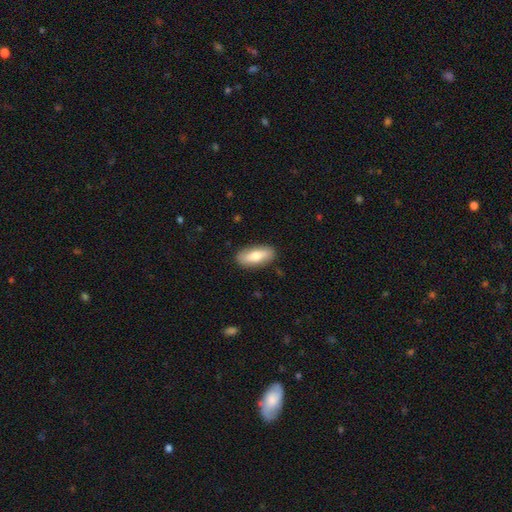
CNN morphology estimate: Q: Smooth or featured?
A: smooth (70%); runner-up: featured or disk (24%)
Q: How rounded?
A: in between (79%); runner-up: cigar-shaped (18%)
Q: Merging?
A: none (87%); runner-up: minor disturbance (10%)